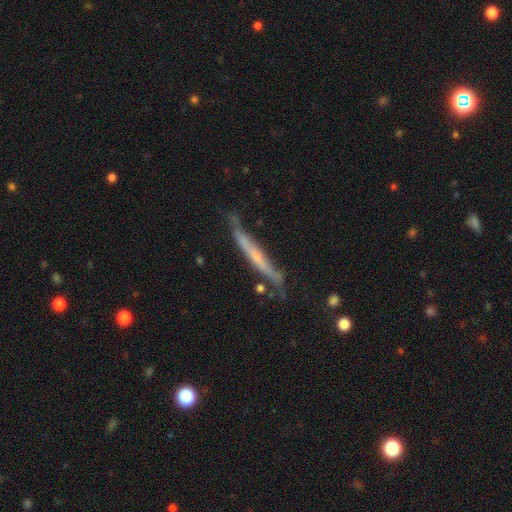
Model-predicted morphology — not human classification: This is likely a featured or disk galaxy (66%). It is clearly viewed edge-on (90%). Edge-on bulge: possibly none (49%). Merging: likely none (63%).